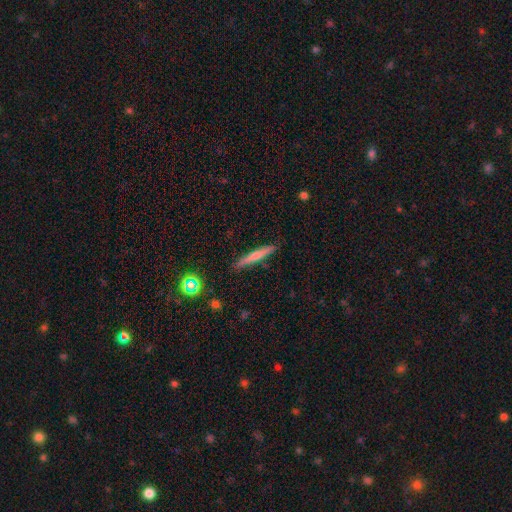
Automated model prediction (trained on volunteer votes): The model was most divided on "smooth or featured": smooth: 59%, featured or disk: 34%, star or artifact: 8%. More confident: how rounded — cigar-shaped (94%); merging — none (88%).